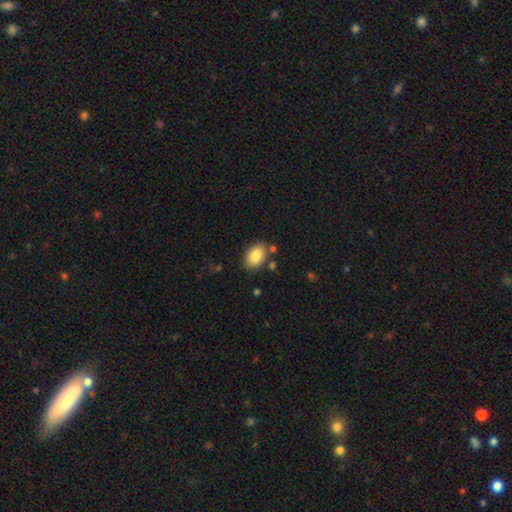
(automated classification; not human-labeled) Smooth or featured?
  - smooth: 85% *
  - featured or disk: 8%
  - star or artifact: 7%
How rounded?
  - in between: 88% *
  - round: 10%
  - cigar-shaped: 1%
Merging?
  - none: 81% *
  - minor disturbance: 11%
  - merger: 5%
  - major disturbance: 3%